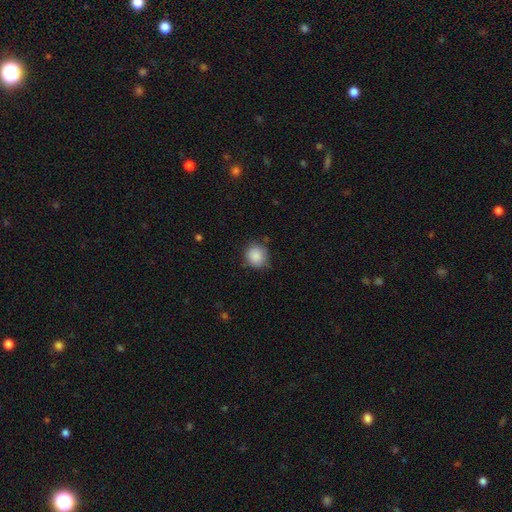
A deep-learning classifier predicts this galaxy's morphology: smooth_or_featured: smooth (p=0.87) [alt: star or artifact p=0.08]
how_rounded: round (p=0.88) [alt: in between p=0.11]
merging: none (p=0.77) [alt: minor disturbance p=0.18]